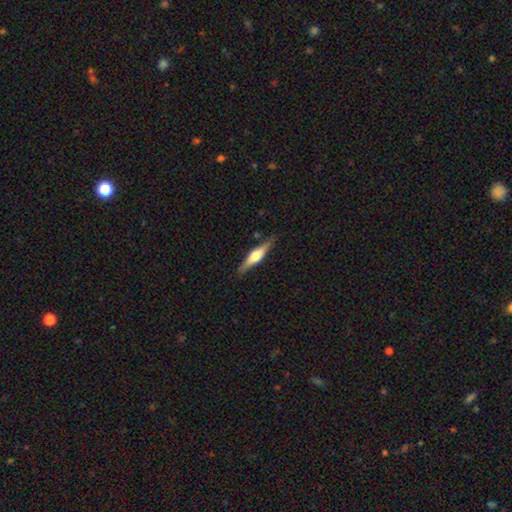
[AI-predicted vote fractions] Q: Smooth or featured?
A: featured or disk (71%); runner-up: smooth (23%)
Q: Edge-on disk?
A: yes (97%); runner-up: no (3%)
Q: Edge-on bulge?
A: rounded (90%); runner-up: boxy (8%)
Q: Merging?
A: none (87%); runner-up: minor disturbance (9%)